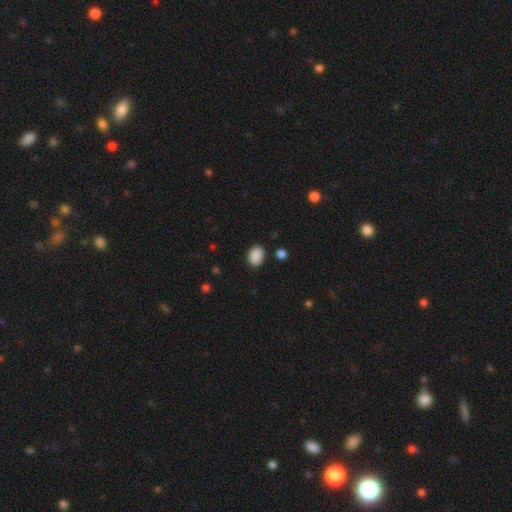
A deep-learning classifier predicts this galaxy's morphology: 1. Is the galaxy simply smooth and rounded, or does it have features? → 89% smooth, 8% star or artifact, 3% featured or disk.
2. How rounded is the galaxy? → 82% in between, 17% round, 1% cigar-shaped.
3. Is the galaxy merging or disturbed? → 86% none, 9% minor disturbance, 3% major disturbance, 2% merger.